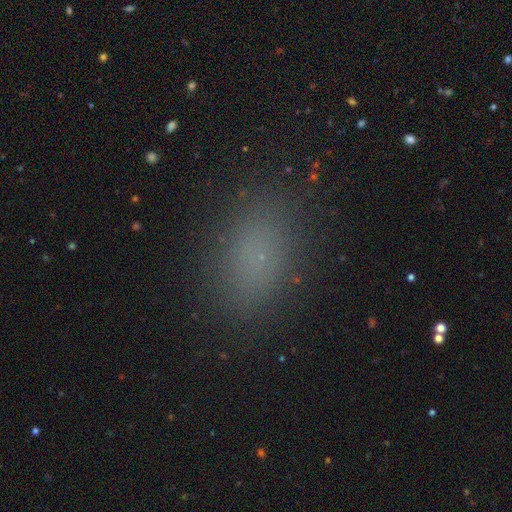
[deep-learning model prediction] Smooth or featured?
  - smooth: 77% *
  - star or artifact: 17%
  - featured or disk: 6%
How rounded?
  - in between: 85% *
  - round: 12%
  - cigar-shaped: 3%
Merging?
  - none: 86% *
  - minor disturbance: 10%
  - major disturbance: 3%
  - merger: 1%